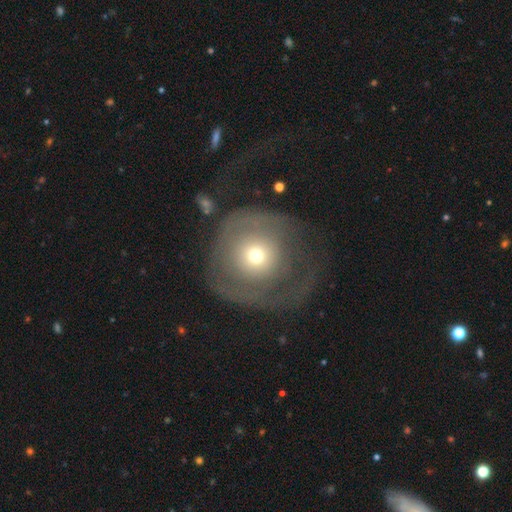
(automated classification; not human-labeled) Overall: featured or disk (48%; smooth 44%). Merging: major disturbance (41%; none 40%).